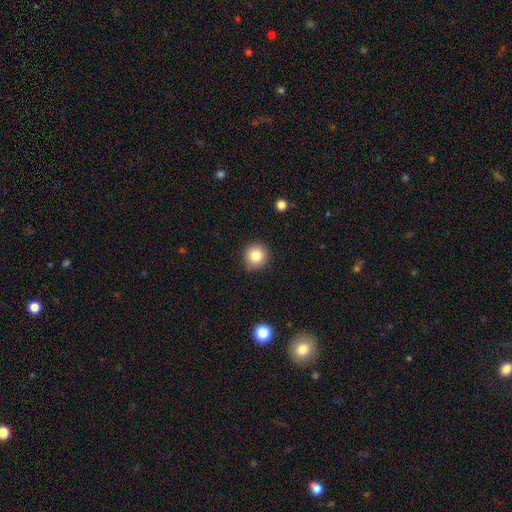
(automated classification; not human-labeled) Smooth or featured: smooth — 84% (star or artifact — 10%)
How rounded: round — 94% (in between — 5%)
Merging: none — 90% (minor disturbance — 7%)